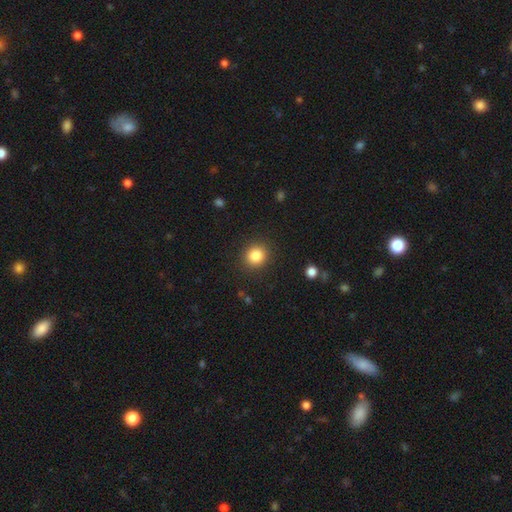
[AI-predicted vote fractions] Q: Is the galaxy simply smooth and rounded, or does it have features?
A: smooth — 85%.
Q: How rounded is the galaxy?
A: round — 85%.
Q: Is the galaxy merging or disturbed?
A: none — 89%.